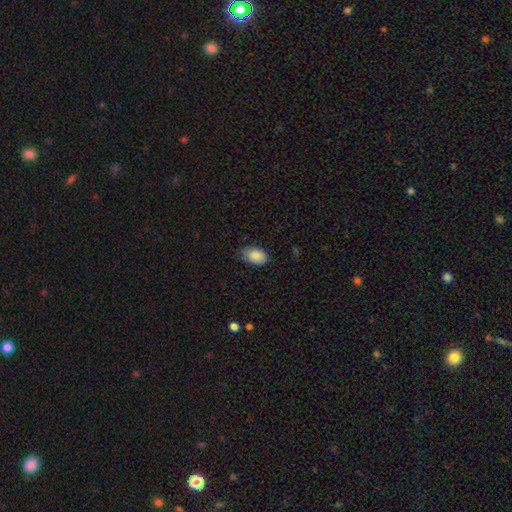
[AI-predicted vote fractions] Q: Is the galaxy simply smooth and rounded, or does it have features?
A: smooth — 87%.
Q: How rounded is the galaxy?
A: in between — 90%.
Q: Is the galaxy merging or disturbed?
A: none — 69%.